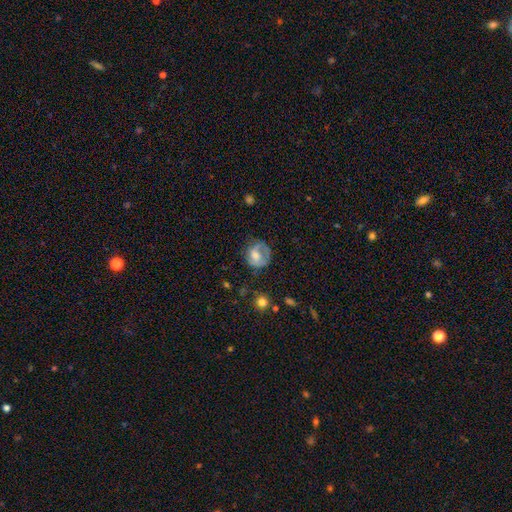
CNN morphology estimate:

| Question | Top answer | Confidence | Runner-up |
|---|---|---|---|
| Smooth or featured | smooth | 51% | featured or disk (41%) |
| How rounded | round | 74% | in between (25%) |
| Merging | none | 49% | minor disturbance (27%) |